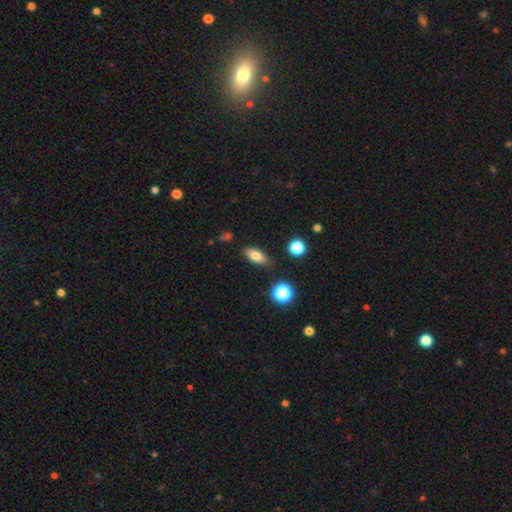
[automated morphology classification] A smooth galaxy with no disk features (77%) that is in between round and cigar-shaped (78%). Merging: none (81%).